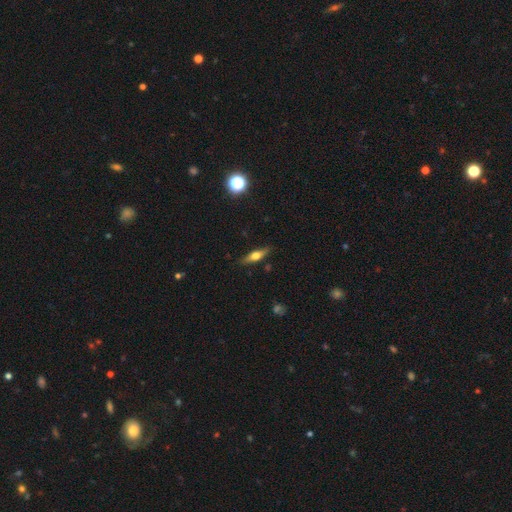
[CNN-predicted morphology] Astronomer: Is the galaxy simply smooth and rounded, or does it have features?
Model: featured or disk — 50% (runner-up: smooth, 42%).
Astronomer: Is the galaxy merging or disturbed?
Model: none — 86%.